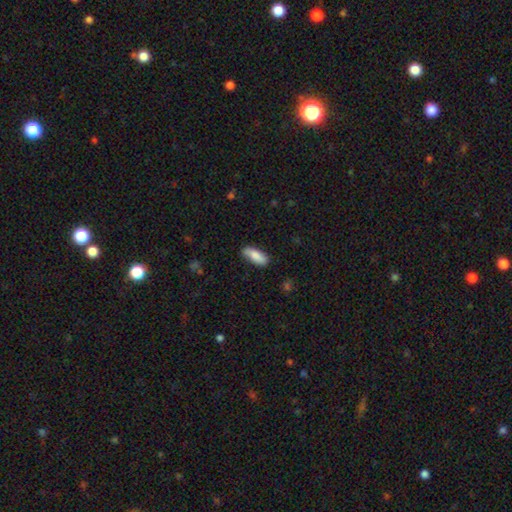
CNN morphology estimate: This is clearly a smooth galaxy (84%). How rounded: likely in between (75%). Merging: likely none (79%).